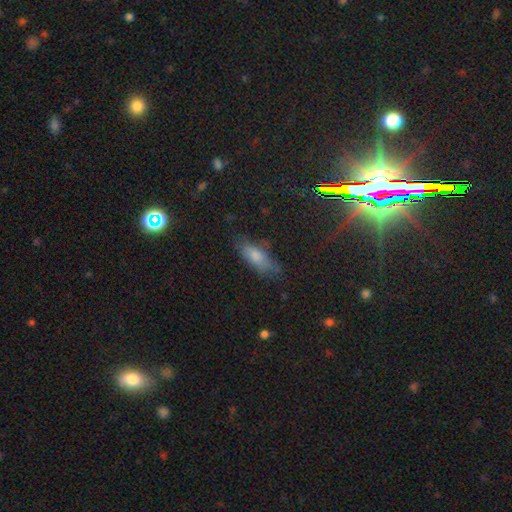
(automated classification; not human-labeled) Smooth or featured: smooth — 63% (star or artifact — 19%)
How rounded: in between — 66% (cigar-shaped — 30%)
Merging: none — 71% (minor disturbance — 21%)